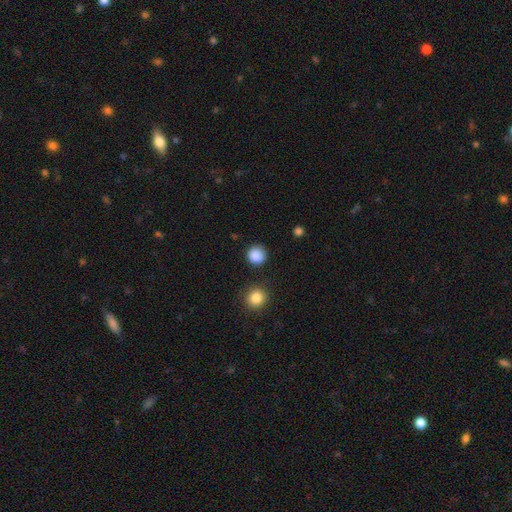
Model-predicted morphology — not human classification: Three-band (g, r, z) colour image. It shows a smooth galaxy with no disk features (88%) that is round (93%). Merging: none (88%).